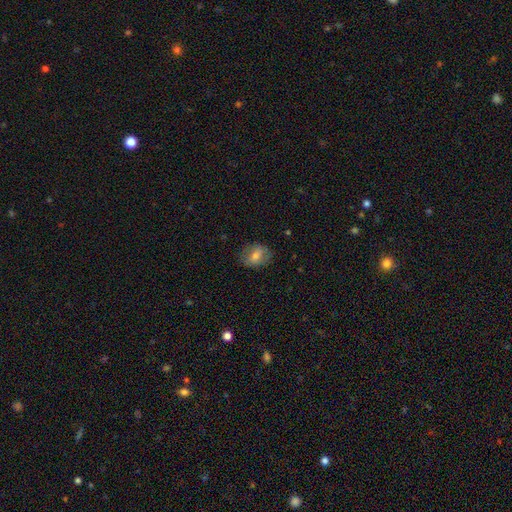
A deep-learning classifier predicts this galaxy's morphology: This is likely a smooth galaxy (67%). How rounded: possibly in between (59%). Merging: likely none (76%).